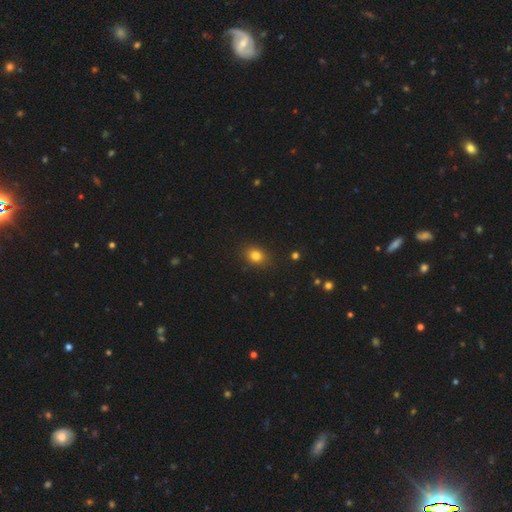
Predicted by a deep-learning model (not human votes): Smooth or featured? smooth (81%)
How rounded? in between (55%)
Merging? none (87%)